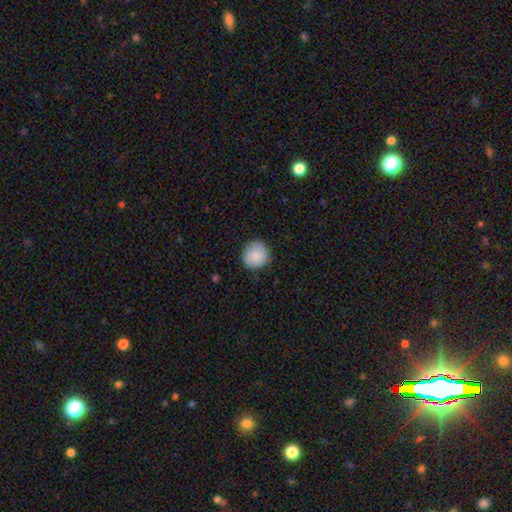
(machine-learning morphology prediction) smooth 86%, star or artifact 7%, featured or disk 7%. Down the decision tree: how rounded — round (91%); merging — none (86%).